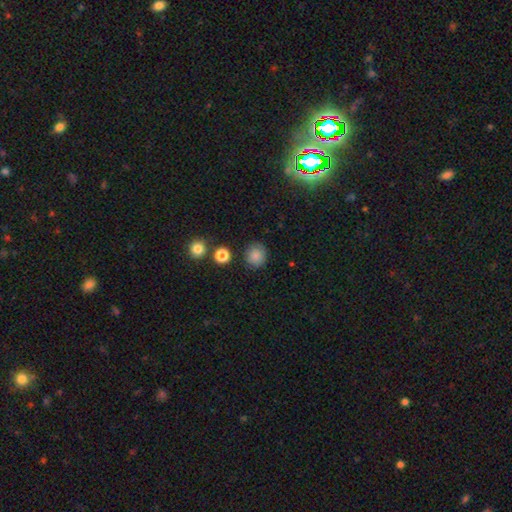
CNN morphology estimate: Smooth or featured? Predicted: smooth (p=0.85). How rounded? Predicted: round (p=0.86). Merging? Predicted: none (p=0.83).